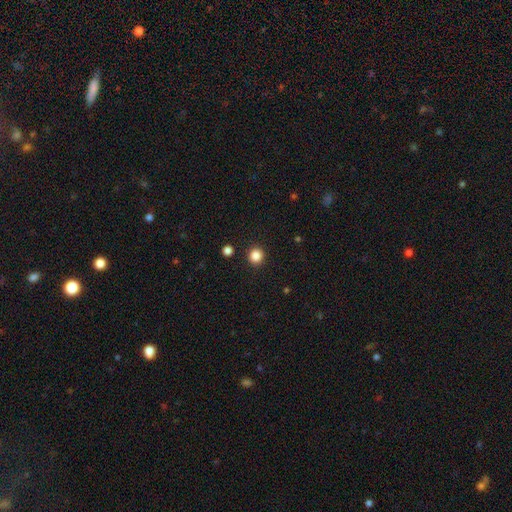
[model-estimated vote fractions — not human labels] Overall: smooth (85%). How rounded: round (93%). Merging: none (92%).